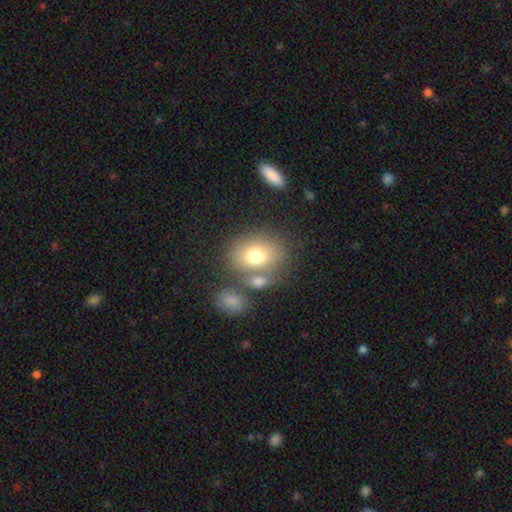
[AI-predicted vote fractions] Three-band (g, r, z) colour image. It shows a smooth galaxy with no disk features (74%) that is in between round and cigar-shaped (50%). Merging: none (60%).